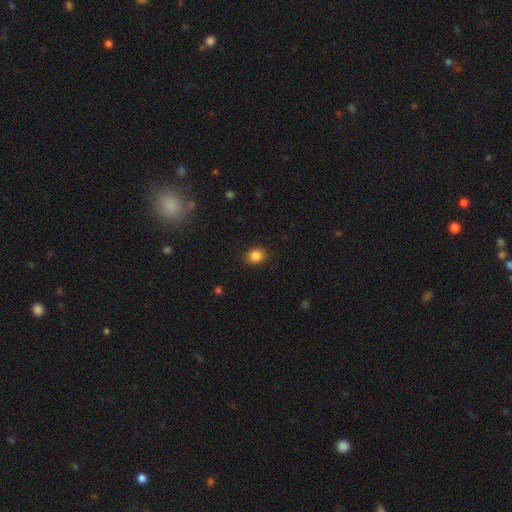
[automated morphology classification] Q: Smooth or featured?
A: smooth (86%); runner-up: star or artifact (10%)
Q: How rounded?
A: round (67%); runner-up: in between (32%)
Q: Merging?
A: none (88%); runner-up: minor disturbance (8%)